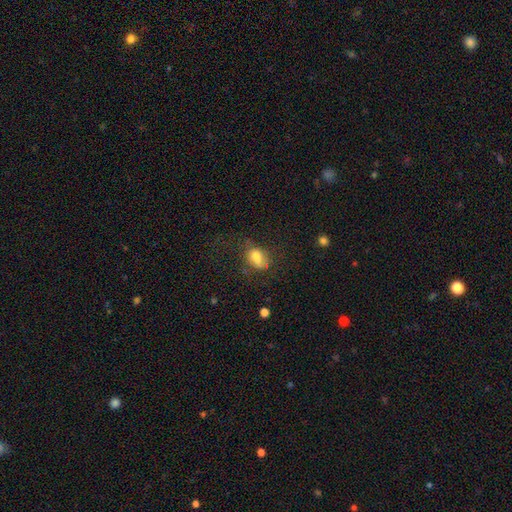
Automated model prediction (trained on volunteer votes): Morphology: type=smooth (68%); roundness=in between (70%); merging=none (48%).